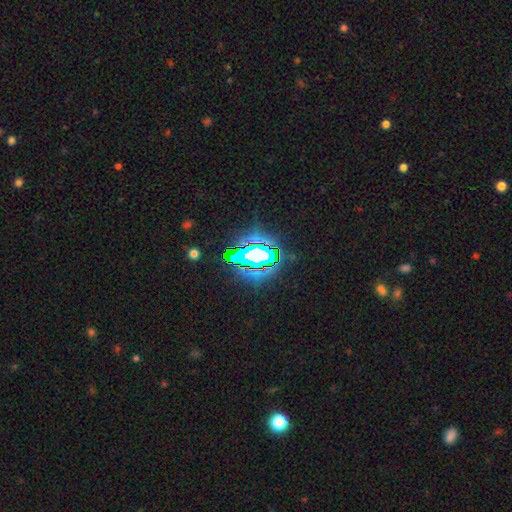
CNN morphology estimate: Overall: star or artifact (69%).